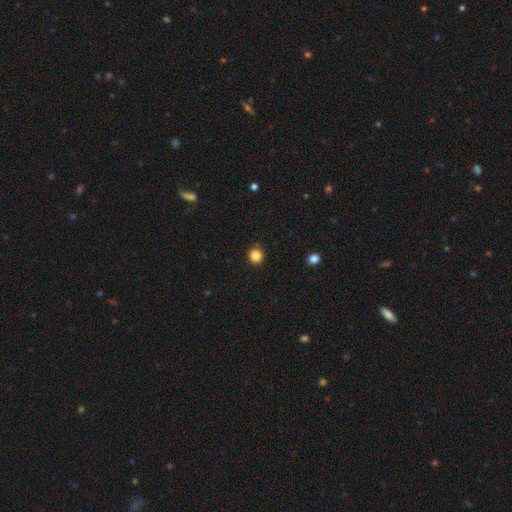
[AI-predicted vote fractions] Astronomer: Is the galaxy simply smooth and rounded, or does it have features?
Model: smooth — 84%.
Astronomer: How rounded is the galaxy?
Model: round — 94%.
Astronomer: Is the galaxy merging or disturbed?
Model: none — 92%.